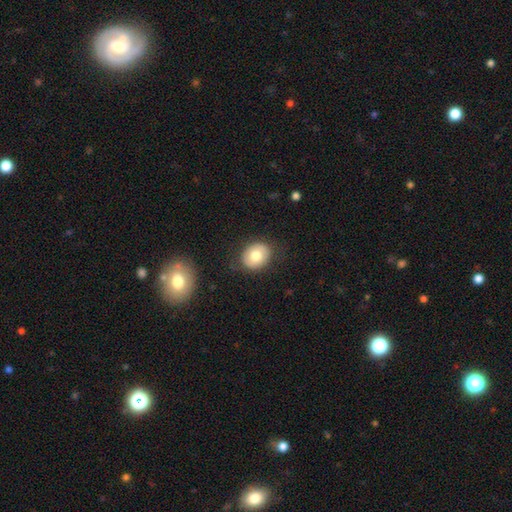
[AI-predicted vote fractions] smooth-or-featured: smooth: 74% | featured or disk: 18% | star or artifact: 8%
  how-rounded: round: 57% | in between: 42% | cigar-shaped: 1%
  merging: none: 83% | minor disturbance: 12% | major disturbance: 4% | merger: 2%